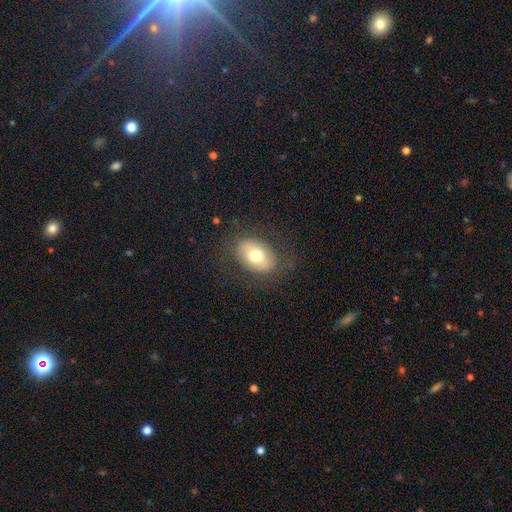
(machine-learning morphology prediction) A smooth galaxy with no disk features (68%) that is in between round and cigar-shaped (80%).

Vote fractions:
- Smooth or featured? smooth: 68% / featured or disk: 24% / star or artifact: 8%
- How rounded? in between: 80% / round: 19% / cigar-shaped: 1%
- Merging? none: 79% / minor disturbance: 13% / major disturbance: 7% / merger: 1%